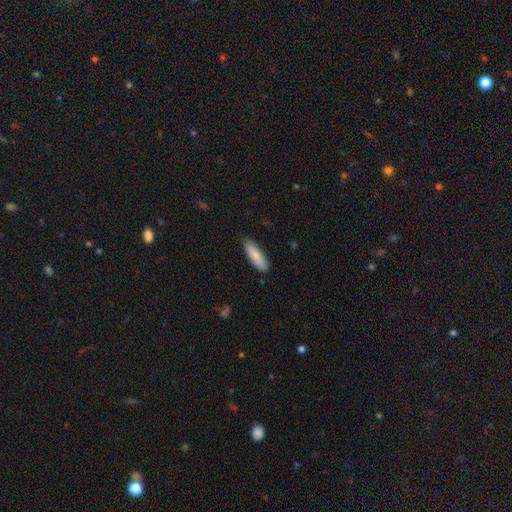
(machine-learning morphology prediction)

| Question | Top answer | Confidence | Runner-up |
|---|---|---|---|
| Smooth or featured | smooth | 86% | featured or disk (9%) |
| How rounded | cigar-shaped | 56% | in between (42%) |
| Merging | none | 86% | minor disturbance (11%) |